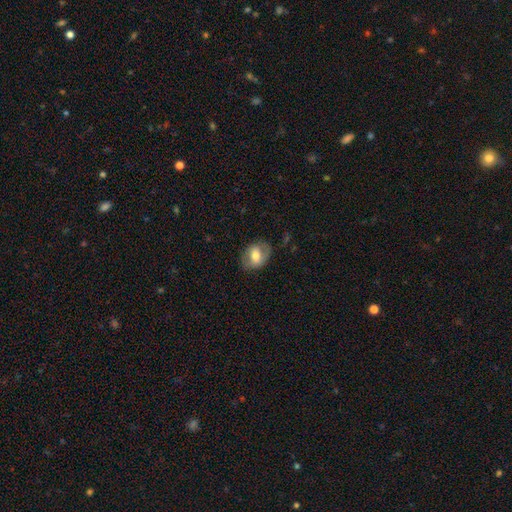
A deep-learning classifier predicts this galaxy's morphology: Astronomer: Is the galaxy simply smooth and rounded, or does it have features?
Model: smooth — 57% (runner-up: featured or disk, 35%).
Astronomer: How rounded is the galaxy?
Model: in between — 62%.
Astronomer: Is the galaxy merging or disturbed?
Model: none — 76%.